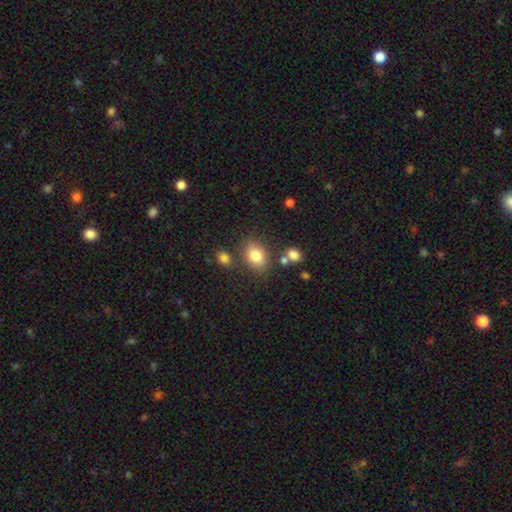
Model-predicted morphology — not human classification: Q: Smooth or featured?
A: smooth (81%); runner-up: star or artifact (11%)
Q: How rounded?
A: in between (60%); runner-up: round (39%)
Q: Merging?
A: none (74%); runner-up: minor disturbance (13%)